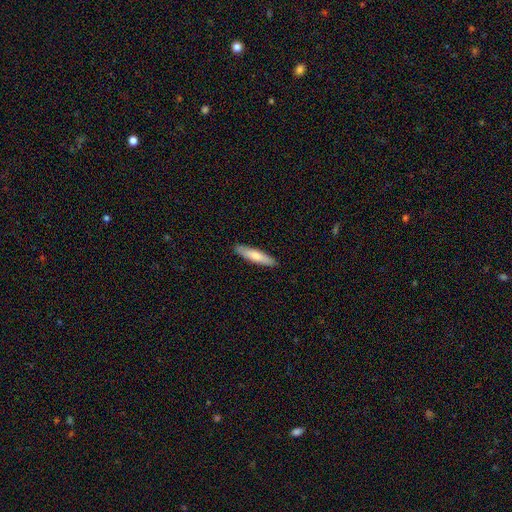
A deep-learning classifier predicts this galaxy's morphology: A smooth galaxy with no disk features (73%) that is cigar-shaped (84%). Merging: none (90%).